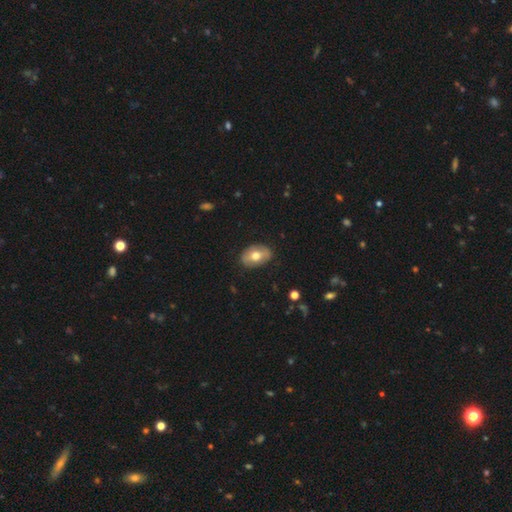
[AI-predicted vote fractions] A smooth galaxy with no disk features (61%) that is in between round and cigar-shaped (83%).

Vote fractions:
- Smooth or featured? smooth: 61% / featured or disk: 32% / star or artifact: 7%
- How rounded? in between: 83% / round: 16% / cigar-shaped: 1%
- Merging? none: 81% / minor disturbance: 15% / major disturbance: 3% / merger: 1%